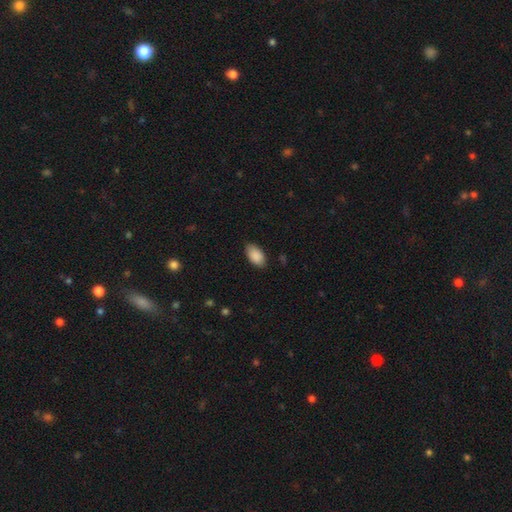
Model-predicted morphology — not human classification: A smooth galaxy with no disk features (89%) that is in between round and cigar-shaped (94%).

Vote fractions:
- Smooth or featured? smooth: 89% / star or artifact: 7% / featured or disk: 4%
- How rounded? in between: 94% / round: 4% / cigar-shaped: 2%
- Merging? none: 80% / minor disturbance: 17% / major disturbance: 3% / merger: 1%